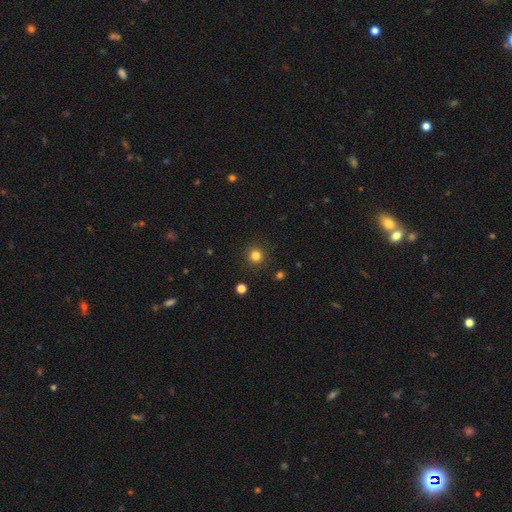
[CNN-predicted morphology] Overall: smooth (82%). How rounded: round (94%). Merging: none (91%).